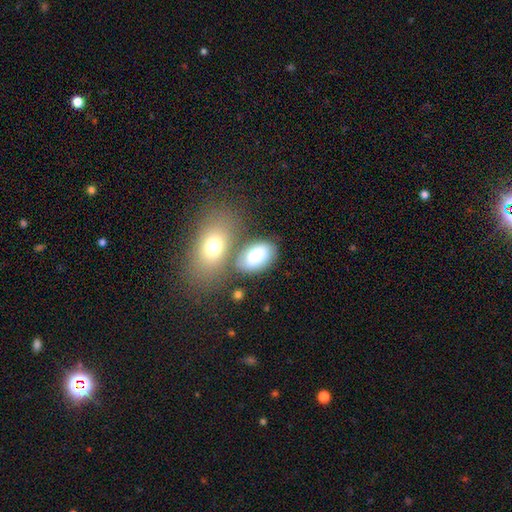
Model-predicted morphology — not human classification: smooth_or_featured: smooth (p=0.76) [alt: featured or disk p=0.16]
how_rounded: in between (p=0.90) [alt: round p=0.08]
merging: none (p=0.58) [alt: merger p=0.21]